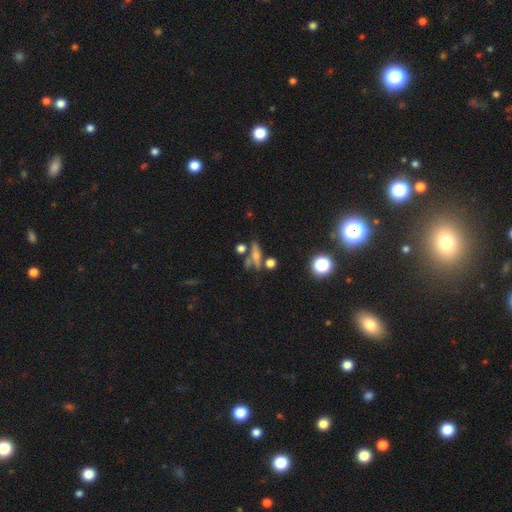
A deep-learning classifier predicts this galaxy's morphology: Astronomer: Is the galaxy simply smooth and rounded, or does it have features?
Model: smooth — 42% (runner-up: featured or disk, 40%).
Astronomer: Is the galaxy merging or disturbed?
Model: none — 56%.